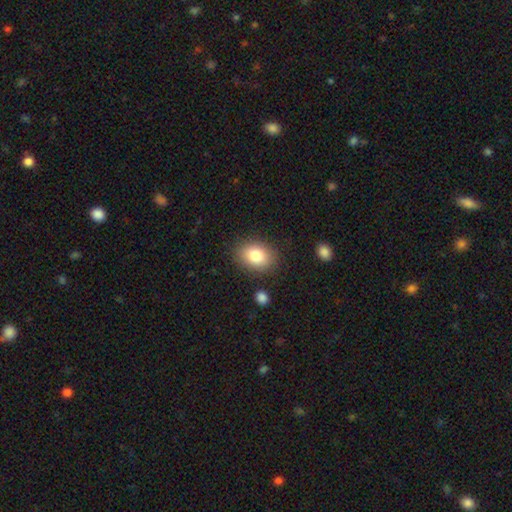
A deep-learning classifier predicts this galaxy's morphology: Q: Smooth or featured?
A: smooth (83%); runner-up: featured or disk (9%)
Q: How rounded?
A: in between (75%); runner-up: round (24%)
Q: Merging?
A: none (85%); runner-up: minor disturbance (10%)